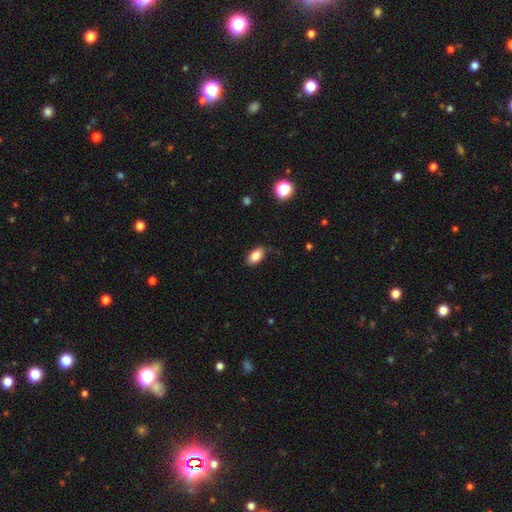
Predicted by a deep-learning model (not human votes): Smooth or featured? smooth (84%)
How rounded? in between (91%)
Merging? none (82%)